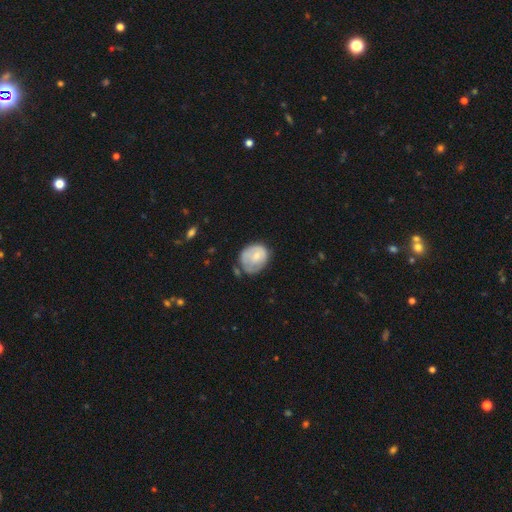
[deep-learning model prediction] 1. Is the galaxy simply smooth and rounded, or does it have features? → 59% smooth, 34% featured or disk, 7% star or artifact.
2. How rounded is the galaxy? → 60% round, 39% in between, 1% cigar-shaped.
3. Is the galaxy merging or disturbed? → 46% none, 34% minor disturbance, 15% major disturbance, 6% merger.